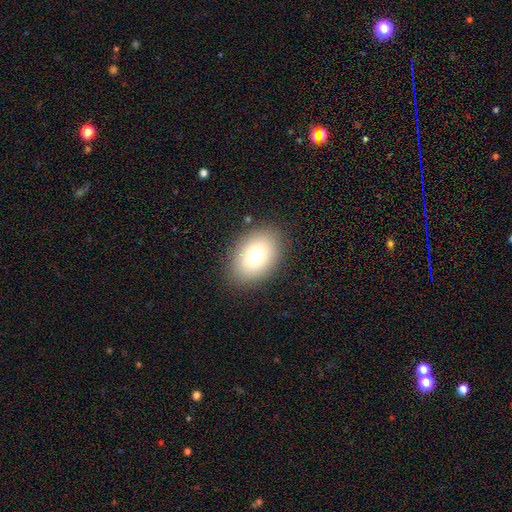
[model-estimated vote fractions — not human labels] Smooth or featured: smooth — 79% (featured or disk — 12%)
How rounded: in between — 81% (round — 18%)
Merging: none — 86% (minor disturbance — 9%)